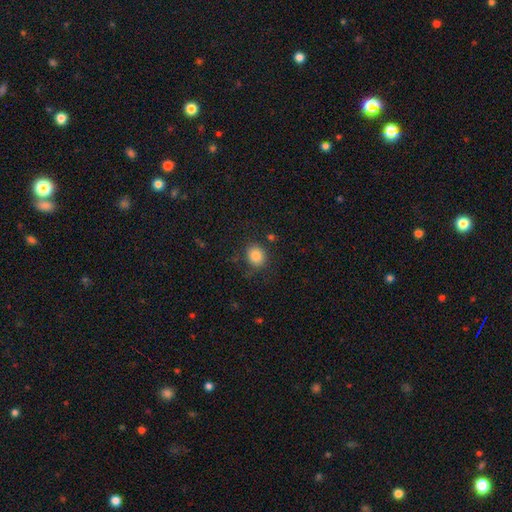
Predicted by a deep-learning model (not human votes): The model was most divided on "how rounded": round: 66%, in between: 33%, cigar-shaped: 1%. More confident: smooth or featured — smooth (84%); merging — none (78%).